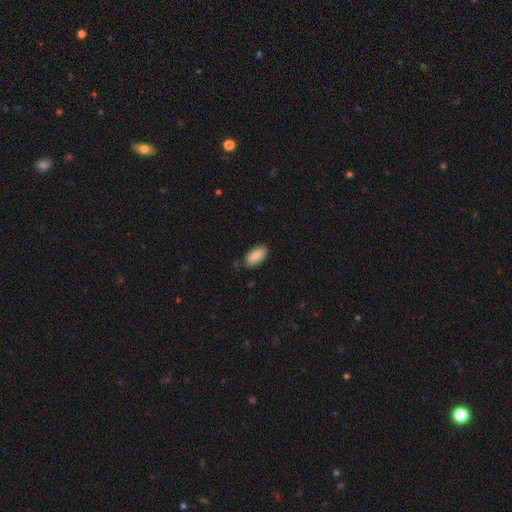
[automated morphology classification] Overall: smooth (86%). How rounded: in between (91%). Merging: none (84%).